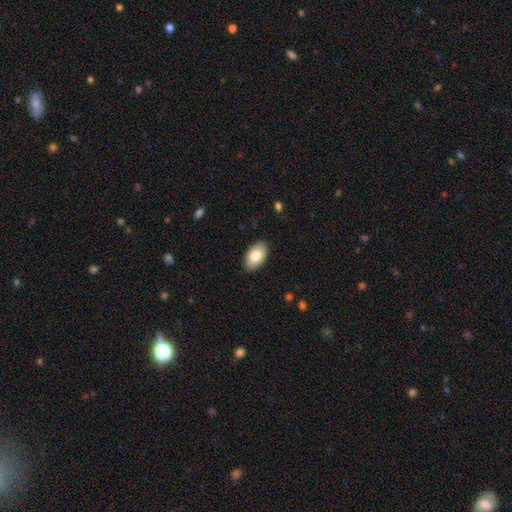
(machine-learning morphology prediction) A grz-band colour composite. It shows a smooth galaxy with no disk features (83%) that is in between round and cigar-shaped (94%). Merging: none (87%).